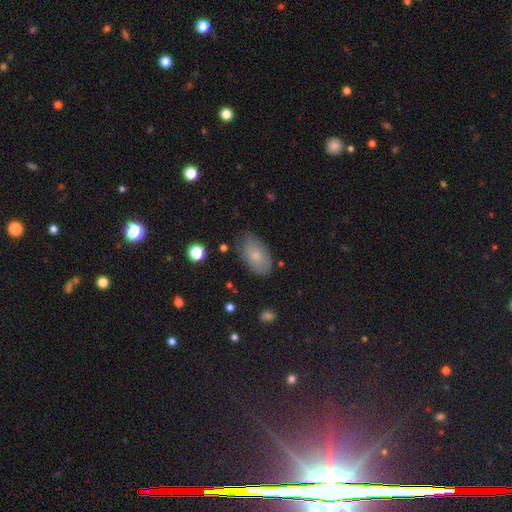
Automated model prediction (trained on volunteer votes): smooth_or_featured: smooth (p=0.70) [alt: featured or disk p=0.21]
how_rounded: in between (p=0.92) [alt: round p=0.06]
merging: none (p=0.73) [alt: minor disturbance p=0.21]